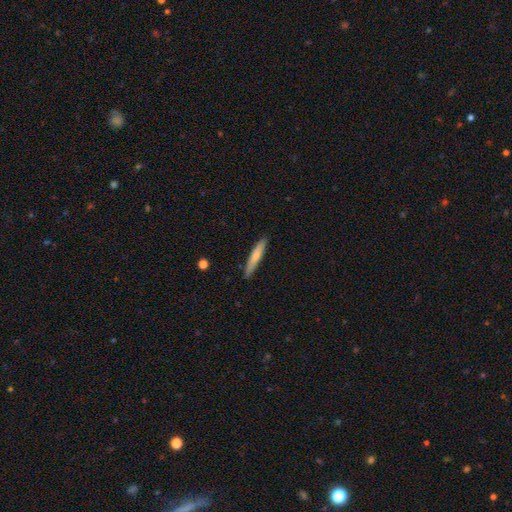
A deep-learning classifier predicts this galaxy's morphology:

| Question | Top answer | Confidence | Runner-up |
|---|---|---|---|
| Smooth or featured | smooth | 72% | featured or disk (23%) |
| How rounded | cigar-shaped | 92% | in between (7%) |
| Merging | none | 89% | minor disturbance (8%) |